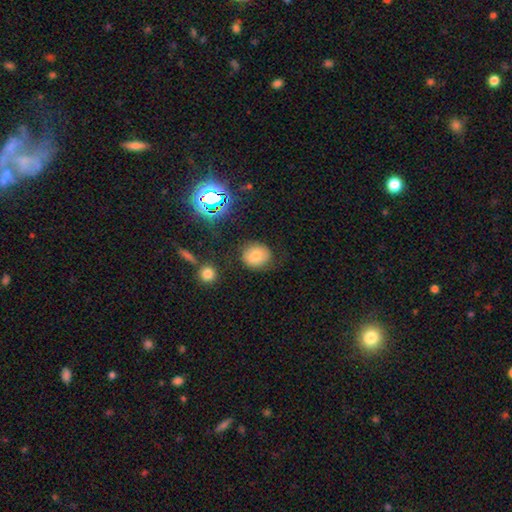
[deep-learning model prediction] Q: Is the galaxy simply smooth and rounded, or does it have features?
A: smooth — 74%.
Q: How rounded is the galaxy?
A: round — 75%.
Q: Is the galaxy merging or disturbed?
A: none — 80%.